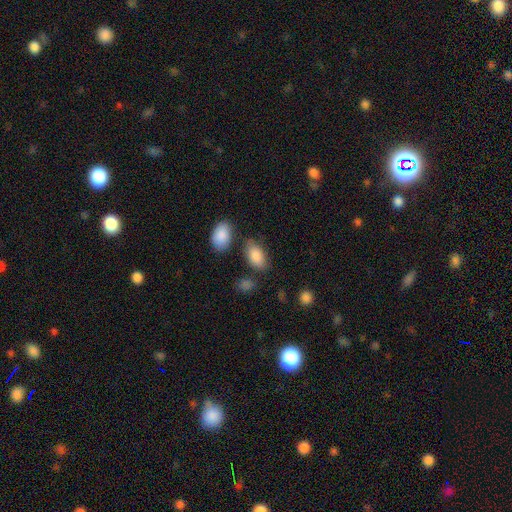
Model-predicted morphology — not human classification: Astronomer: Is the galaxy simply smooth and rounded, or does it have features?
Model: smooth — 86%.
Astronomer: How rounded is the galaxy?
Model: in between — 94%.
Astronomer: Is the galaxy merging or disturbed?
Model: none — 70%.